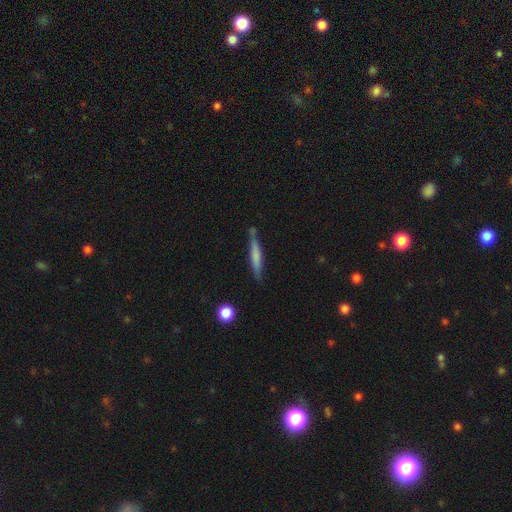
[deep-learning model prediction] Overall: smooth (60%; featured or disk 34%). How rounded: cigar-shaped (92%). Merging: none (76%).